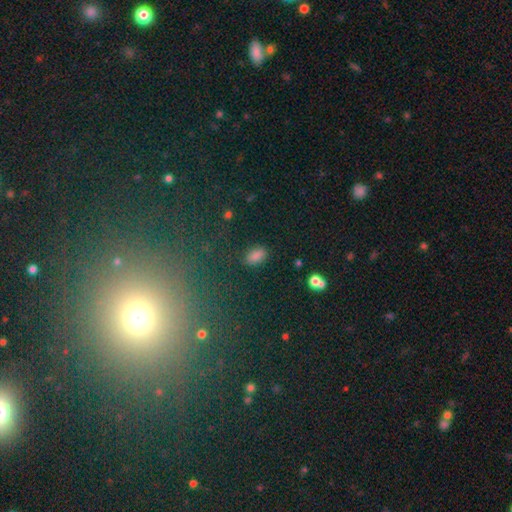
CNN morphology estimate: Smooth or featured? Predicted: smooth (p=0.76). How rounded? Predicted: in between (p=0.89). Merging? Predicted: none (p=0.85).